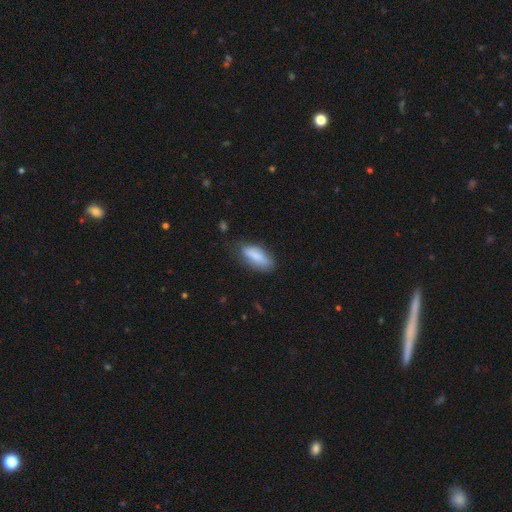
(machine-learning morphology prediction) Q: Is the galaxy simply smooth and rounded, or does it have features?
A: smooth — 81%.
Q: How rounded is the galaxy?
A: in between — 78%.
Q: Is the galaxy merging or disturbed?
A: none — 63%.